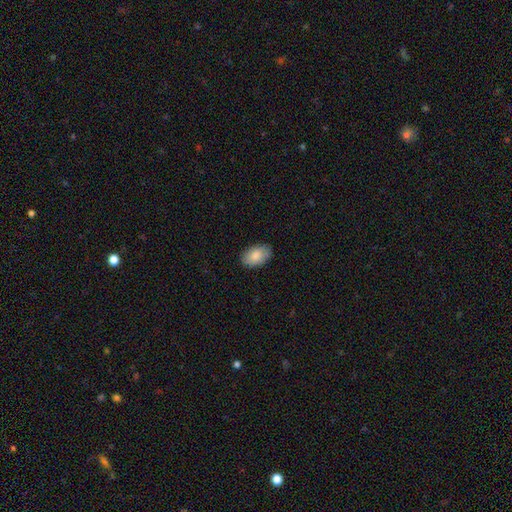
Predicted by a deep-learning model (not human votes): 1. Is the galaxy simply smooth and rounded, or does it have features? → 86% smooth, 8% featured or disk, 6% star or artifact.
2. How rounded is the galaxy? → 93% in between, 6% round, 1% cigar-shaped.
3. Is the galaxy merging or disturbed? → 86% none, 11% minor disturbance, 2% major disturbance, 1% merger.